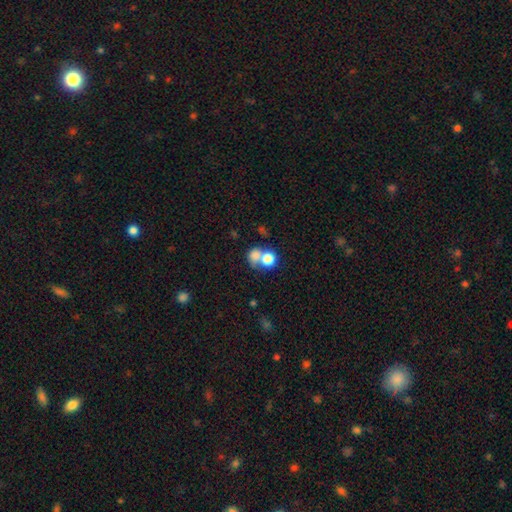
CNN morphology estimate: type=smooth (75%); roundness=round (74%); merging=merger (52%).